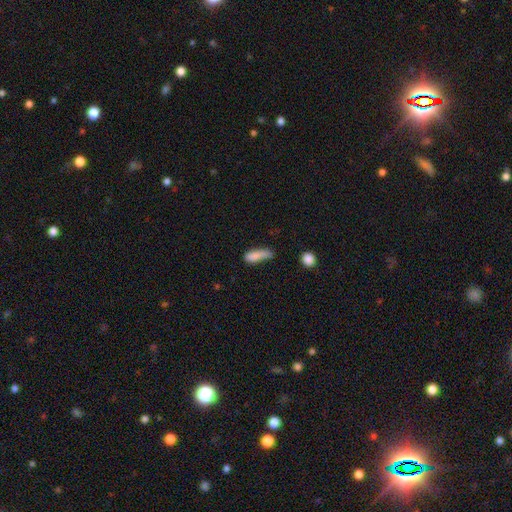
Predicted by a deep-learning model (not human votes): Smooth or featured? Predicted: smooth (p=0.81). How rounded? Predicted: in between (p=0.50). Merging? Predicted: none (p=0.39).